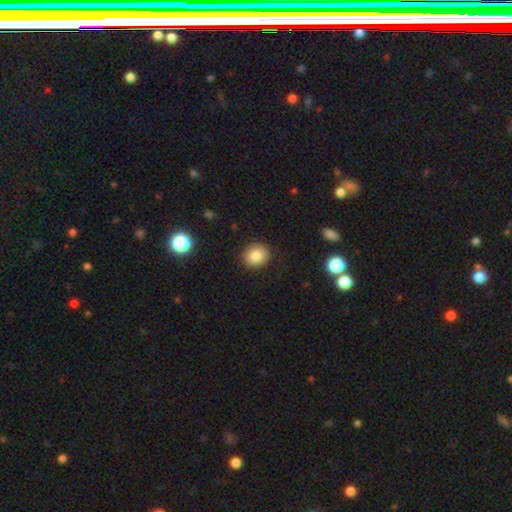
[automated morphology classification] The model was most divided on "how rounded": round: 66%, in between: 33%, cigar-shaped: 1%. More confident: merging — none (87%); smooth or featured — smooth (84%).